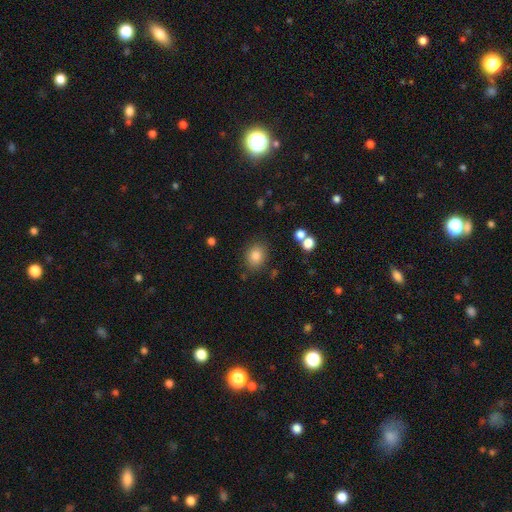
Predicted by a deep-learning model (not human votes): This appears to be a smooth galaxy with no disk features (83%) that is round (61%). Merging: none (83%).